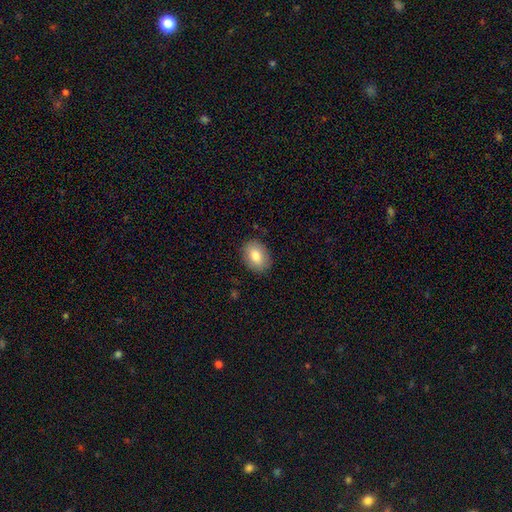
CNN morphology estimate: This is clearly a smooth galaxy (82%). How rounded: likely in between (76%). Merging: clearly none (86%).